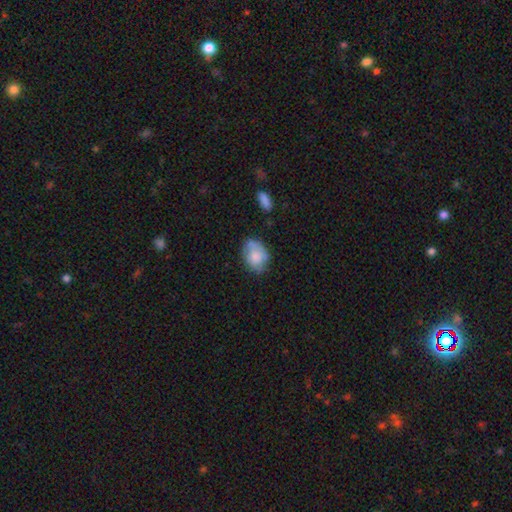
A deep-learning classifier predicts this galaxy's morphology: Overall: smooth (72%). How rounded: in between (68%; round 31%). Merging: none (53%; minor disturbance 31%).